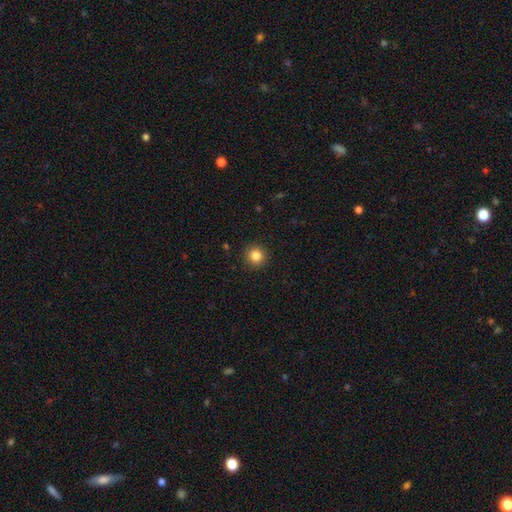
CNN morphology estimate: Smooth or featured: smooth — 85% (star or artifact — 11%)
How rounded: round — 95% (in between — 5%)
Merging: none — 92% (minor disturbance — 5%)